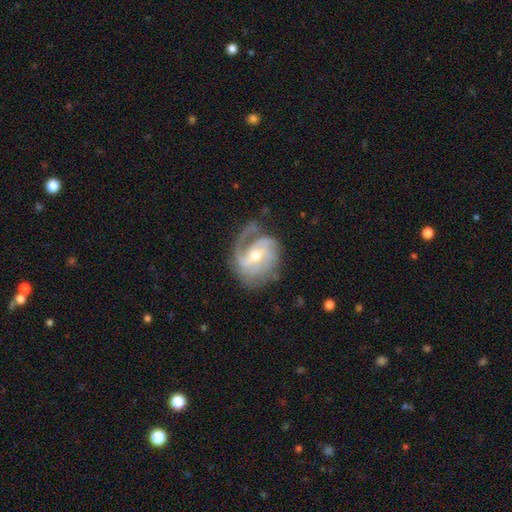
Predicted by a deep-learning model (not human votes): Smooth or featured? featured or disk (89%)
Edge-on disk? no (98%)
Bar? weak (47%)
Spiral arms? yes (96%)
Spiral winding? medium (45%)
Spiral arm count? 2 (40%)
Bulge size? moderate (55%)
Merging? none (57%)